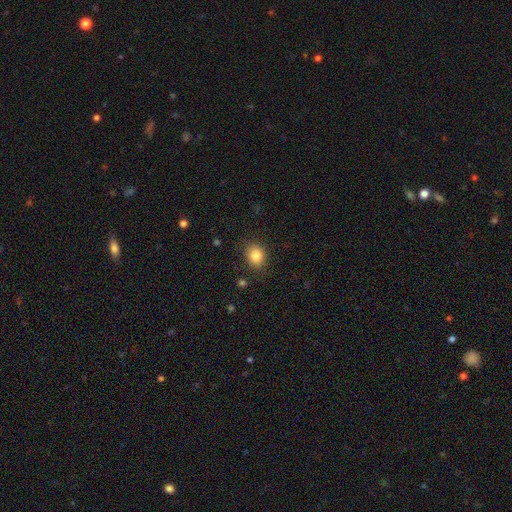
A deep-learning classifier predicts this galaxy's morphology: smooth 84%, star or artifact 10%, featured or disk 6%. Down the decision tree: how rounded — round (60%); merging — none (85%).